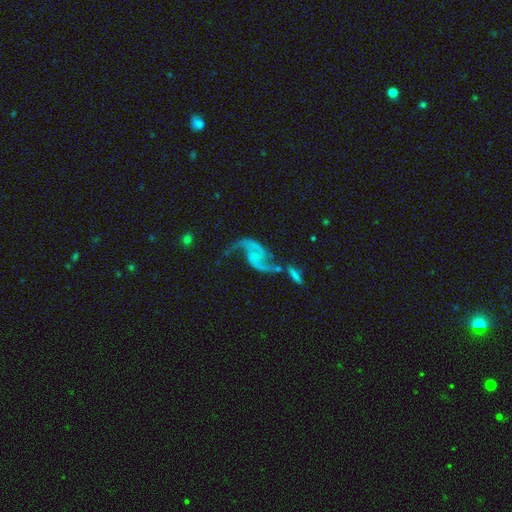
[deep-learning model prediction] The model was most divided on "bar": no: 59%, weak: 33%, strong: 9%. Remaining: edge-on disk — no (97%); spiral arms — yes (96%); spiral arm count — 2 (92%); smooth or featured — featured or disk (89%); spiral winding — loose (76%); bulge size — small (58%); merging — none (46%).